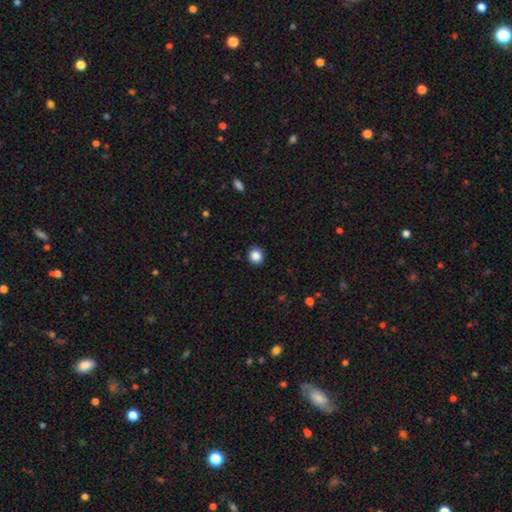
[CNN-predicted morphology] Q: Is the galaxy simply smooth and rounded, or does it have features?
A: smooth — 86%.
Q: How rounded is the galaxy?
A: round — 87%.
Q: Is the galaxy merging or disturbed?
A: none — 92%.